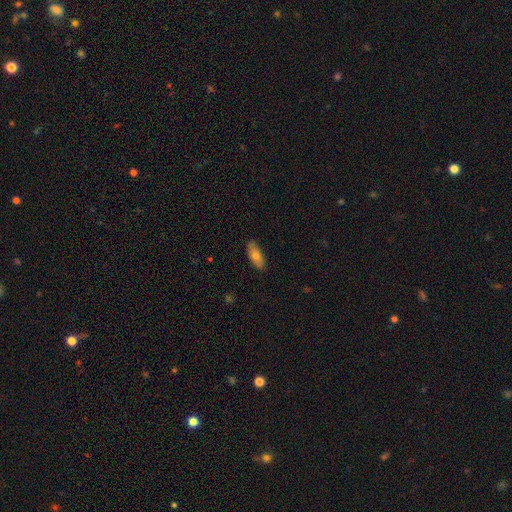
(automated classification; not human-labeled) The model was most divided on "how rounded": in between: 71%, cigar-shaped: 26%, round: 3%. More confident: merging — none (87%); smooth or featured — smooth (70%).